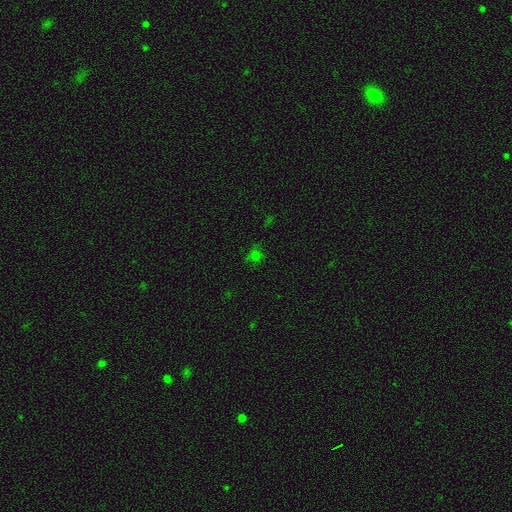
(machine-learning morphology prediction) smooth 54%, star or artifact 37%, featured or disk 8%. Down the decision tree: how rounded — round (83%); merging — none (75%).